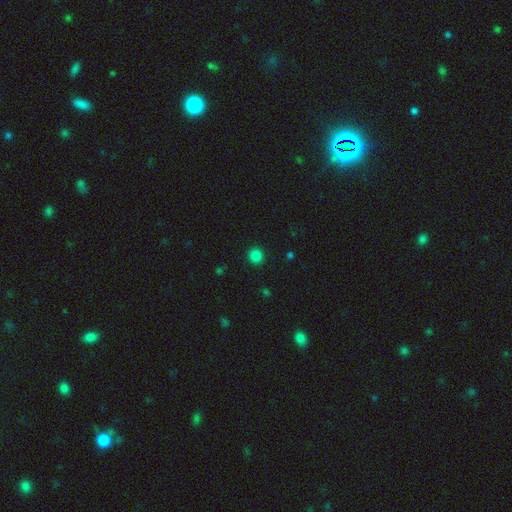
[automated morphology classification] The model was most divided on "smooth or featured": smooth: 84%, star or artifact: 13%, featured or disk: 3%. More confident: merging — none (92%); how rounded — round (91%).